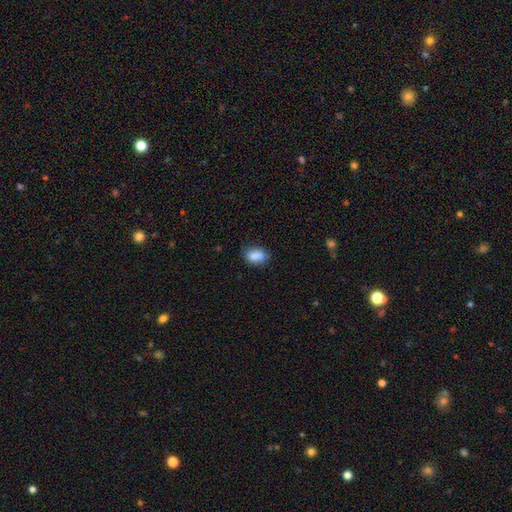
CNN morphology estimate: type=smooth (85%); roundness=in between (81%); merging=none (70%).